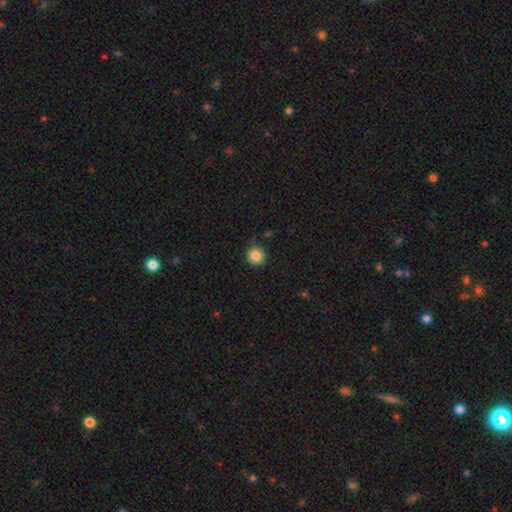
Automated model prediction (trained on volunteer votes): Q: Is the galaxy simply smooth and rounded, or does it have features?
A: smooth — 85%.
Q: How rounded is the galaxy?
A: round — 94%.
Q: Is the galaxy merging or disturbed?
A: none — 86%.